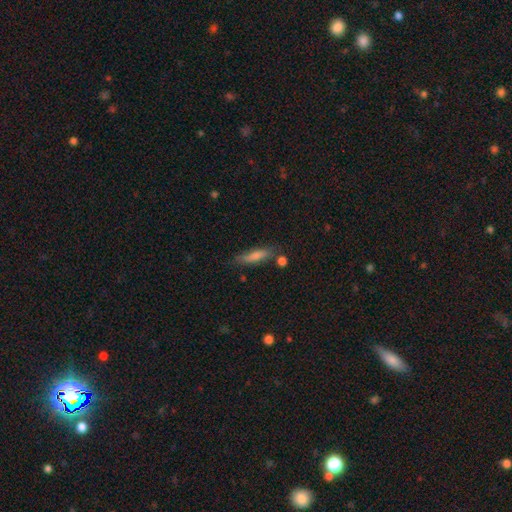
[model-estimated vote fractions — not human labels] Smooth or featured?
  - smooth: 68% *
  - featured or disk: 23%
  - star or artifact: 9%
How rounded?
  - cigar-shaped: 78% *
  - in between: 19%
  - round: 2%
Merging?
  - none: 74% *
  - minor disturbance: 16%
  - merger: 5%
  - major disturbance: 4%